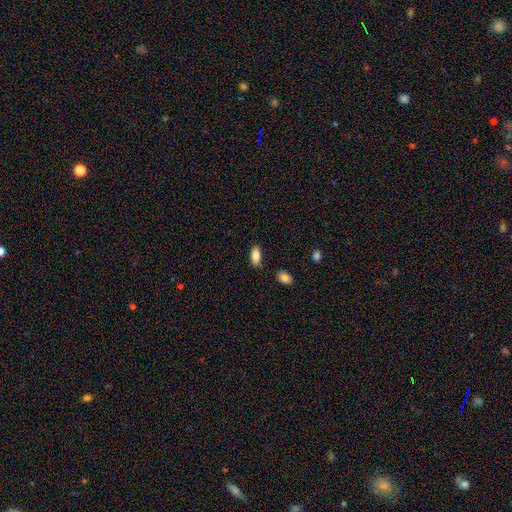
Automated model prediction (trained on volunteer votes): Smooth or featured: smooth — 85% (featured or disk — 8%)
How rounded: in between — 89% (cigar-shaped — 9%)
Merging: none — 81% (minor disturbance — 13%)